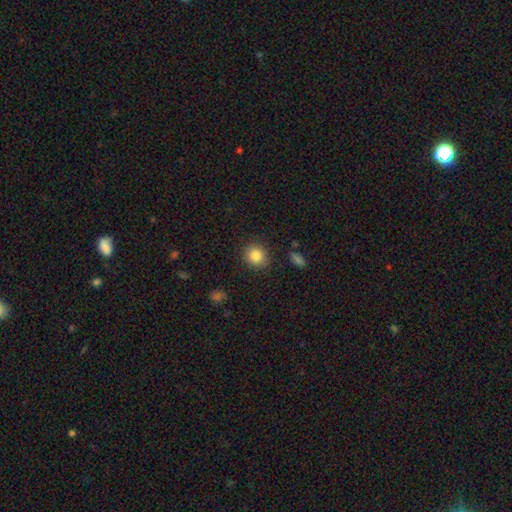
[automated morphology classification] Smooth or featured?
  - smooth: 84% *
  - star or artifact: 10%
  - featured or disk: 6%
How rounded?
  - round: 87% *
  - in between: 12%
  - cigar-shaped: 1%
Merging?
  - none: 88% *
  - minor disturbance: 8%
  - major disturbance: 3%
  - merger: 1%